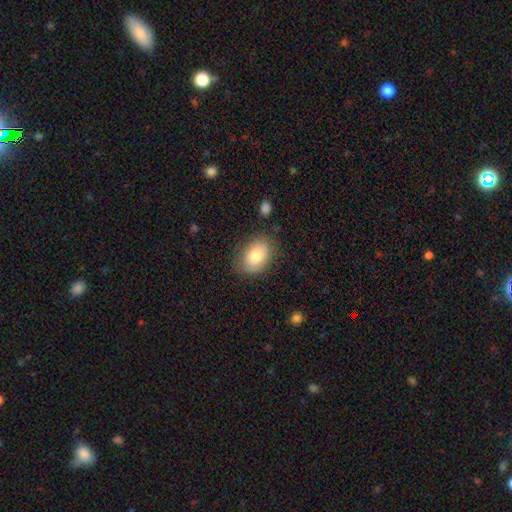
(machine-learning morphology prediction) smooth_or_featured: smooth (p=0.81) [alt: featured or disk p=0.12]
how_rounded: in between (p=0.79) [alt: round p=0.20]
merging: none (p=0.80) [alt: minor disturbance p=0.14]